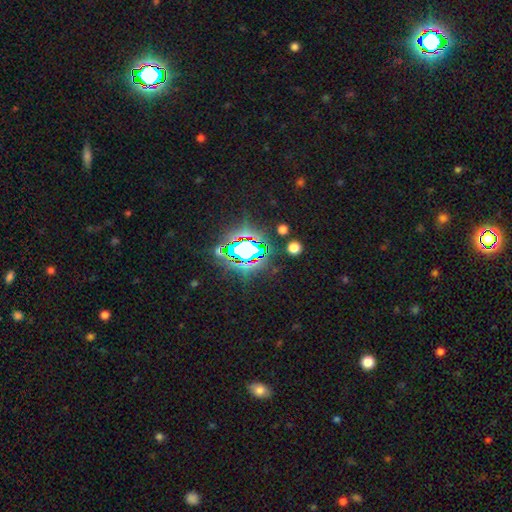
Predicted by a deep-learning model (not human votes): Morphology: type=star or artifact (83%).